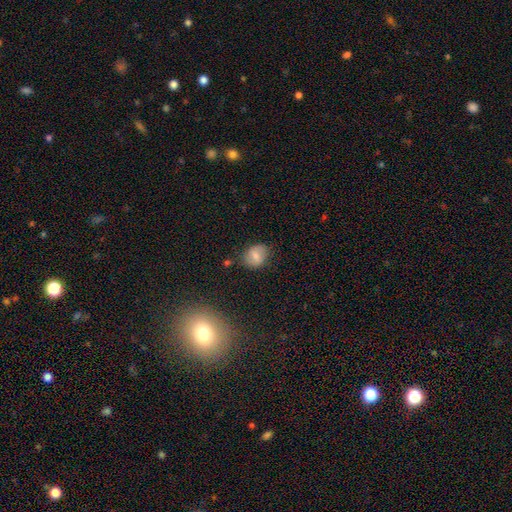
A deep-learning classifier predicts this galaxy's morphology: type=smooth (68%); roundness=round (54%); merging=none (76%).